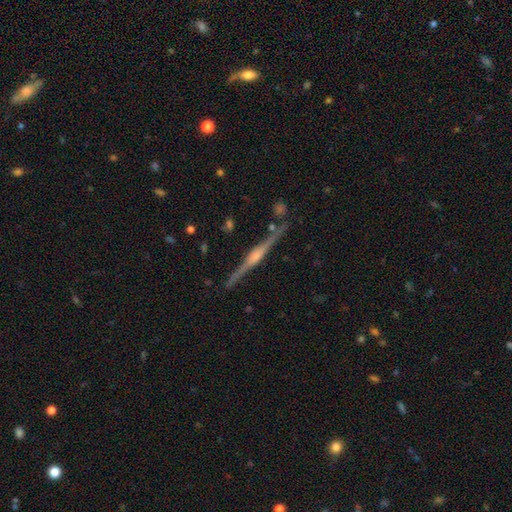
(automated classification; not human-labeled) Smooth or featured? featured or disk (86%)
Edge-on disk? yes (98%)
Edge-on bulge? rounded (74%)
Merging? none (88%)